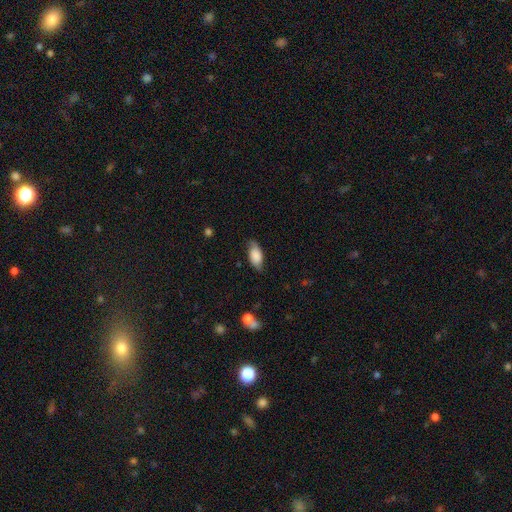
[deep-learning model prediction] Overall: smooth (72%). How rounded: in between (89%). Merging: none (70%).